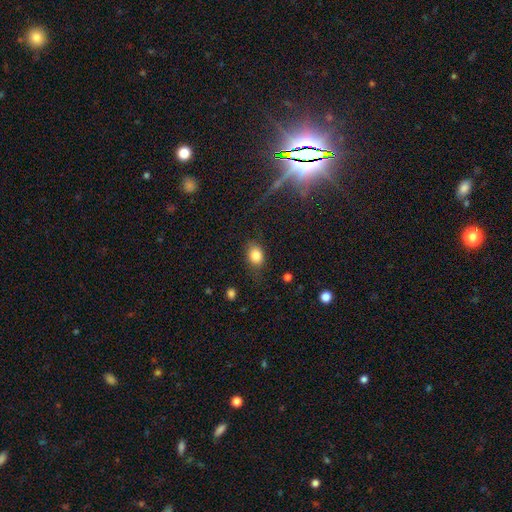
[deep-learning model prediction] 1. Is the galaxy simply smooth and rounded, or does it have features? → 82% smooth, 10% star or artifact, 8% featured or disk.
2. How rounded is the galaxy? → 64% in between, 34% round, 2% cigar-shaped.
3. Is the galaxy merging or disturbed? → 73% none, 20% minor disturbance, 5% major disturbance, 2% merger.